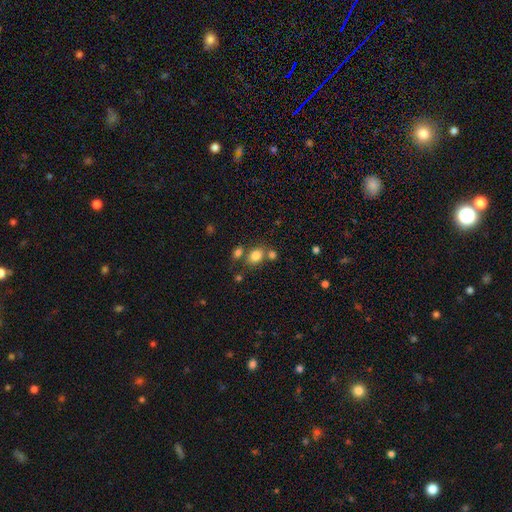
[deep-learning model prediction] This appears to be a smooth galaxy with no disk features (80%) that is in between round and cigar-shaped (68%). Merging: none (60%).